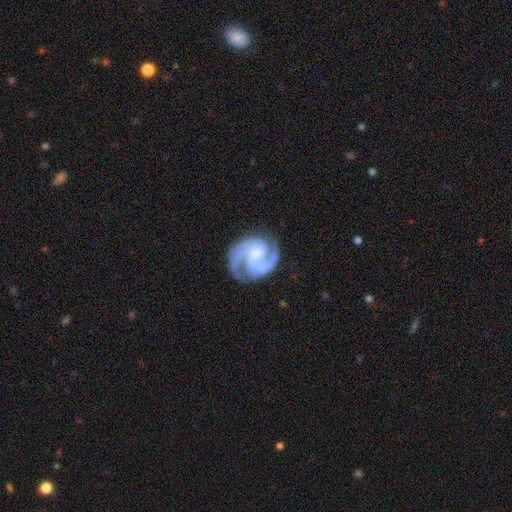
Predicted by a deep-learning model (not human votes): featured or disk 87%, smooth 7%, star or artifact 6%. Down the decision tree: edge-on disk — no (98%); bar — no (47%); spiral arms — yes (97%); spiral arm count — 3 (42%); spiral winding — medium (48%); bulge size — small (34%); merging — none (65%).